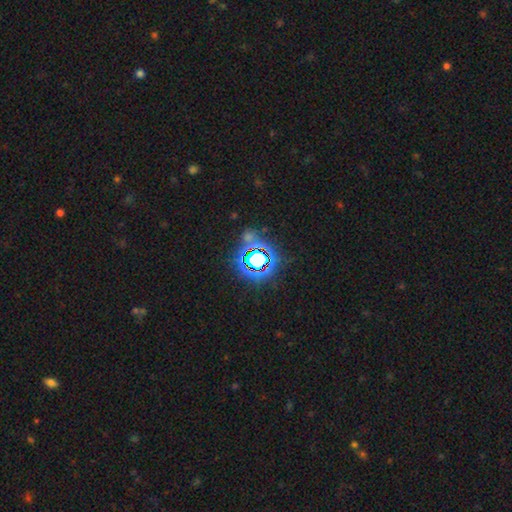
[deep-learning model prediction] Smooth or featured? Predicted: star or artifact (p=0.75).